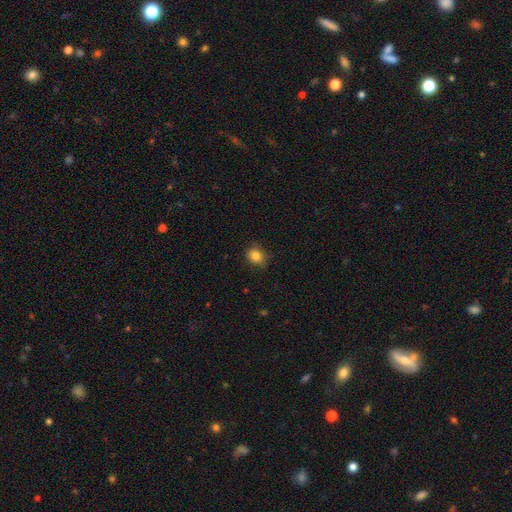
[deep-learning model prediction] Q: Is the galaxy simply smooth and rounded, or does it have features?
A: smooth — 84%.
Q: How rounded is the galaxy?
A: round — 71%.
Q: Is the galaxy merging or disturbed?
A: none — 82%.